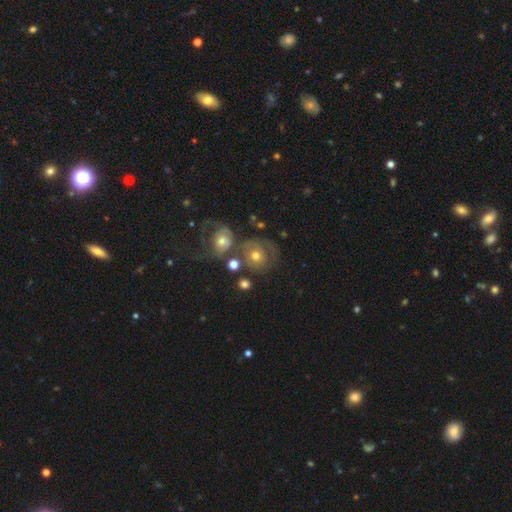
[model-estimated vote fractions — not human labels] smooth-or-featured: smooth: 55% | featured or disk: 33% | star or artifact: 12%
  how-rounded: round: 83% | in between: 16% | cigar-shaped: 1%
  merging: none: 49% | merger: 22% | minor disturbance: 15% | major disturbance: 14%